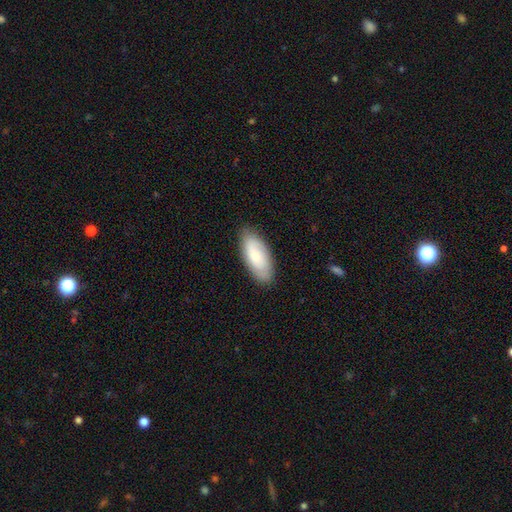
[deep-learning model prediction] The model was most divided on "smooth or featured": smooth: 65%, featured or disk: 29%, star or artifact: 6%. More confident: how rounded — in between (87%); merging — none (84%).